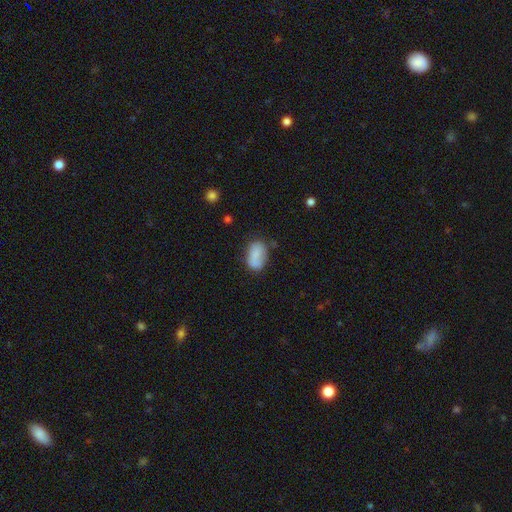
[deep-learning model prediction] Smooth or featured? Predicted: smooth (p=0.79). How rounded? Predicted: in between (p=0.87). Merging? Predicted: none (p=0.61).